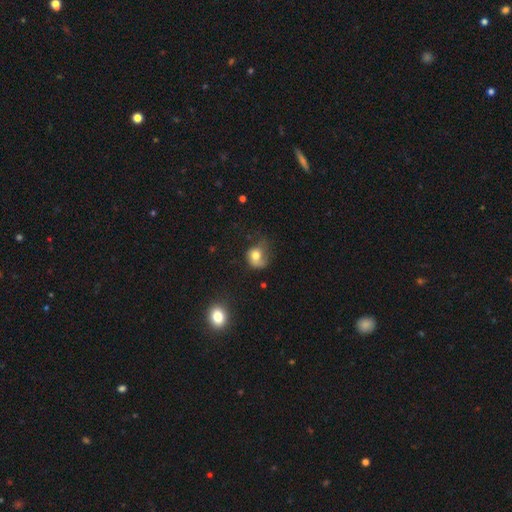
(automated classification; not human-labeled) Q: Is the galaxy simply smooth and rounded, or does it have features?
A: smooth — 70%.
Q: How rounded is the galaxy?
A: round — 60%.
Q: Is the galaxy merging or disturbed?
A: major disturbance — 33%.